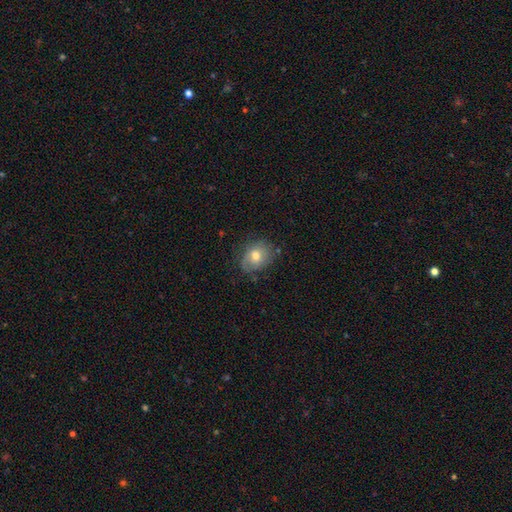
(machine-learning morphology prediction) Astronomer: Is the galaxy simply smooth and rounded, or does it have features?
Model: smooth — 63%.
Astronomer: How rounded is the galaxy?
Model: round — 50% (runner-up: in between, 49%).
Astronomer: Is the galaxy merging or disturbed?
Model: none — 65%.